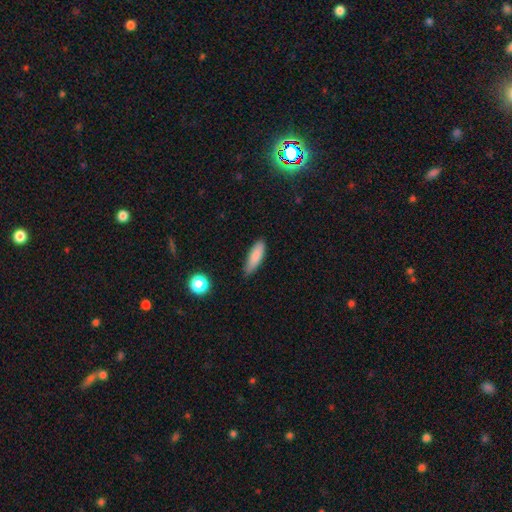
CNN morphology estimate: A smooth galaxy with no disk features (84%) that is in between round and cigar-shaped (51%).

Vote fractions:
- Smooth or featured? smooth: 84% / featured or disk: 9% / star or artifact: 7%
- How rounded? in between: 51% / cigar-shaped: 47% / round: 2%
- Merging? none: 77% / minor disturbance: 19% / major disturbance: 3% / merger: 2%